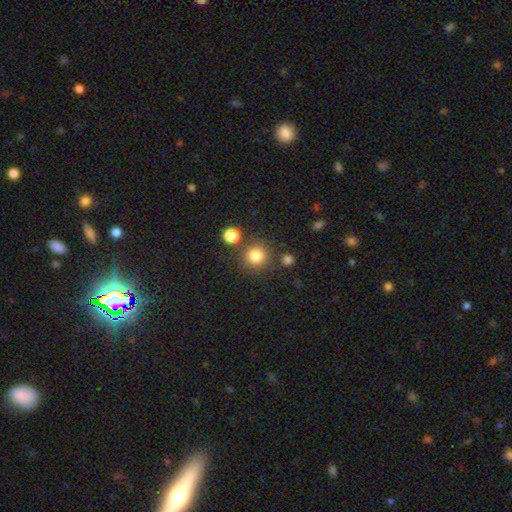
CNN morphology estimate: Smooth or featured?
  - smooth: 82% *
  - star or artifact: 12%
  - featured or disk: 6%
How rounded?
  - round: 93% *
  - in between: 6%
  - cigar-shaped: 1%
Merging?
  - none: 81% *
  - merger: 8%
  - minor disturbance: 8%
  - major disturbance: 3%